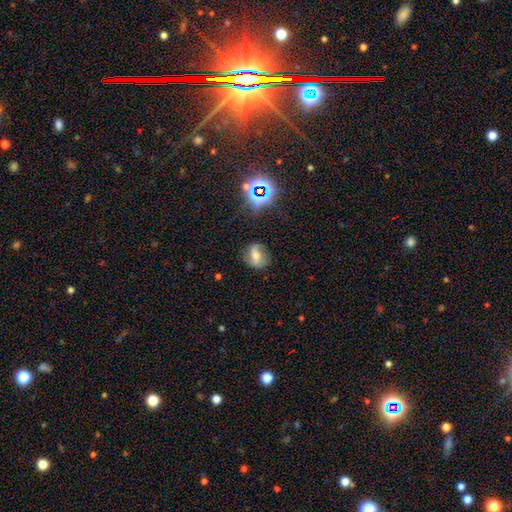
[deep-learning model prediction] Overall: featured or disk (46%; smooth 39%). Merging: none (69%).